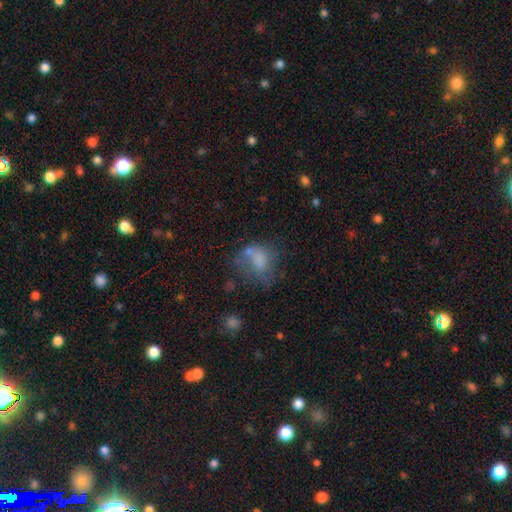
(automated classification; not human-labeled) Smooth or featured: smooth — 55% (featured or disk — 29%)
How rounded: in between — 62% (round — 37%)
Merging: none — 32% (major disturbance — 30%)